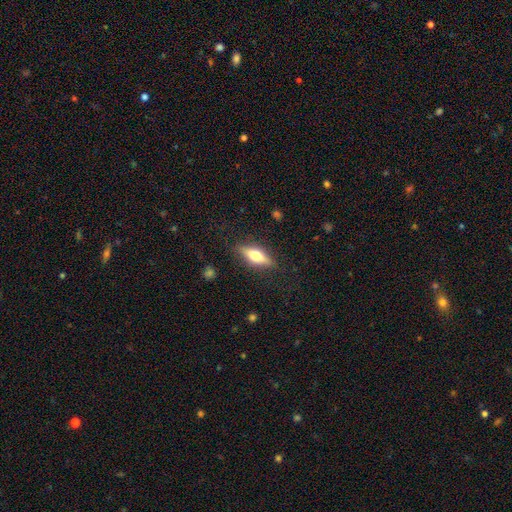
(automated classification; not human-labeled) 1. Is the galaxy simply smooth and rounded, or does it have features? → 49% smooth, 44% featured or disk, 7% star or artifact.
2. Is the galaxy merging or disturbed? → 85% none, 11% minor disturbance, 3% major disturbance, 1% merger.